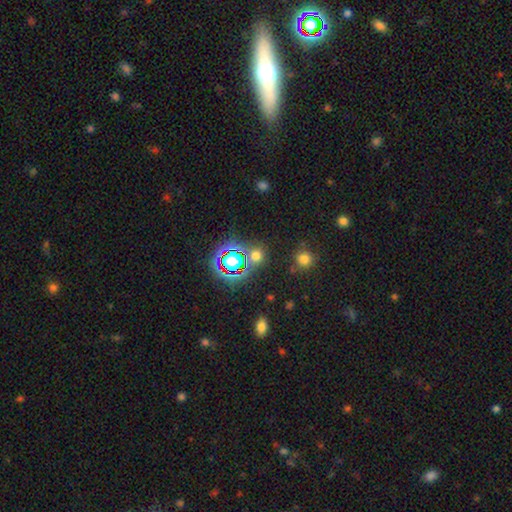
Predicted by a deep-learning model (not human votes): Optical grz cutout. It shows a smooth galaxy with no disk features (52%) that is round (86%). Merging: none (78%).